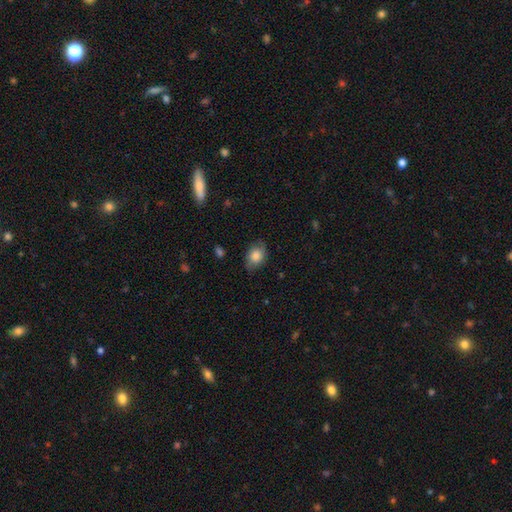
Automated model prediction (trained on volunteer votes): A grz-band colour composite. It shows a smooth galaxy with no disk features (79%) that is in between round and cigar-shaped (72%). Merging: none (75%).